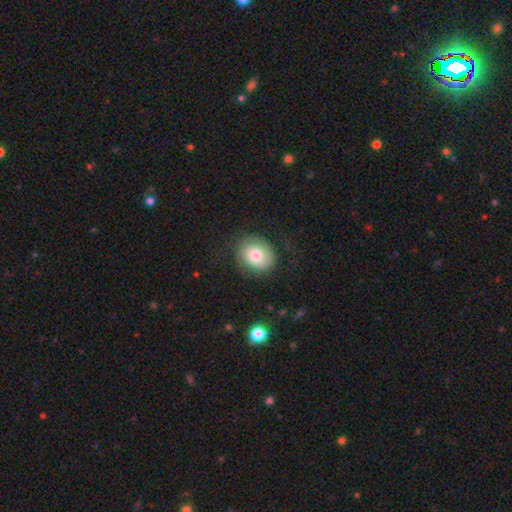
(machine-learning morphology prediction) type=smooth (72%); roundness=round (56%); merging=none (74%).